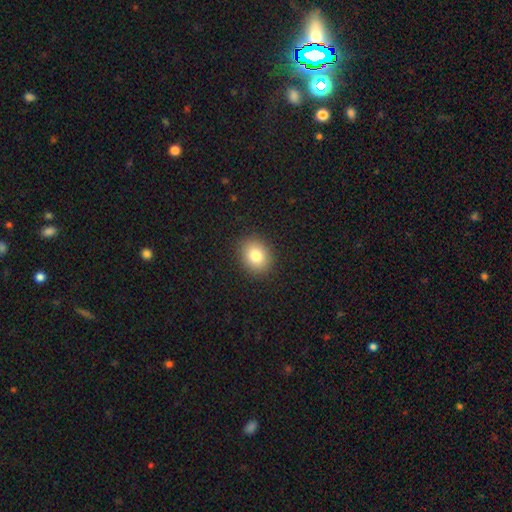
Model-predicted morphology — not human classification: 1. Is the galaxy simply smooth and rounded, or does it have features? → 82% smooth, 10% star or artifact, 8% featured or disk.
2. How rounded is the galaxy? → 61% round, 38% in between, 1% cigar-shaped.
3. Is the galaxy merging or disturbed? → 89% none, 7% minor disturbance, 2% major disturbance, 1% merger.